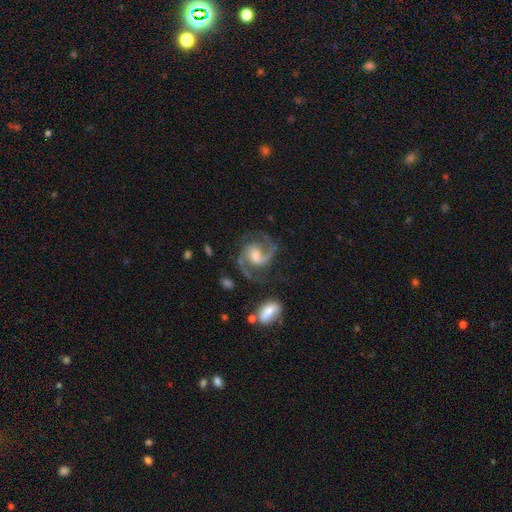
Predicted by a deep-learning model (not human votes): Overall: featured or disk (90%). Edge-on disk: no (98%). Bar: weak (50%; no 33%). Spiral arms: yes (98%). Spiral arm count: 2 (90%). Spiral winding: medium (63%). Bulge size: moderate (53%; small 33%). Merging: none (72%).